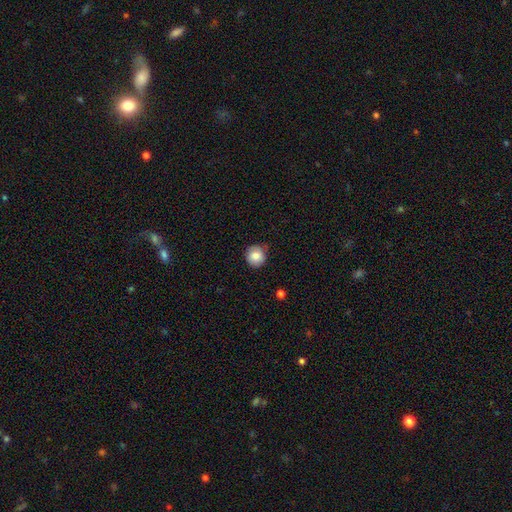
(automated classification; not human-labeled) This appears to be a smooth galaxy with no disk features (82%) that is round (93%). Merging: none (81%).